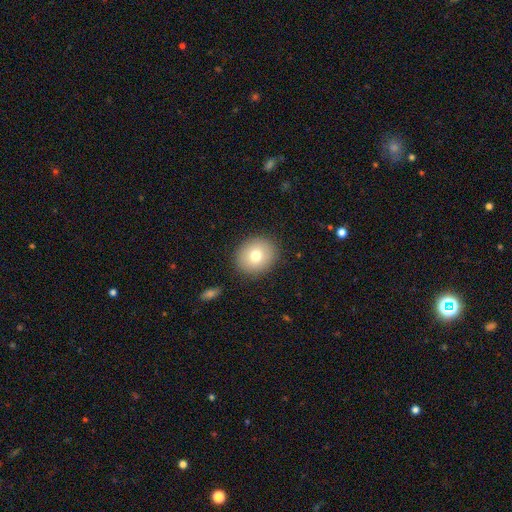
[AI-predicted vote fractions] Smooth or featured: smooth — 75% (featured or disk — 14%)
How rounded: round — 77% (in between — 22%)
Merging: none — 89% (minor disturbance — 8%)